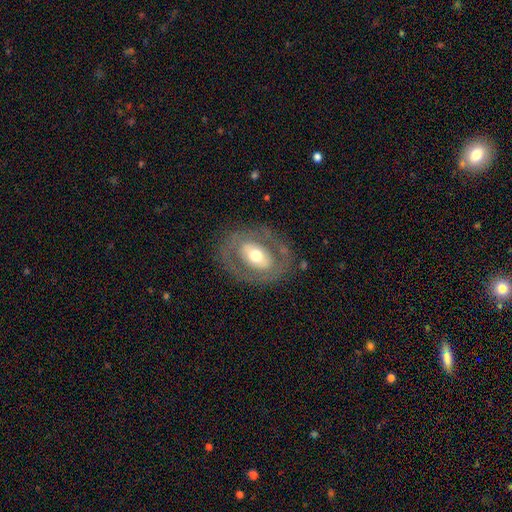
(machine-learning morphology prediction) A featured or disk galaxy (58%) with no bar (53%), no spiral arms (83%) and a moderate central bulge (64%). Merging: none (77%).